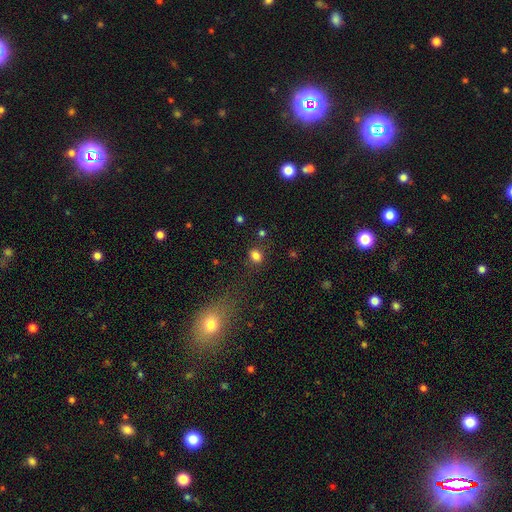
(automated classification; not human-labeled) Overall: smooth (82%). How rounded: in between (58%; round 41%). Merging: none (78%).